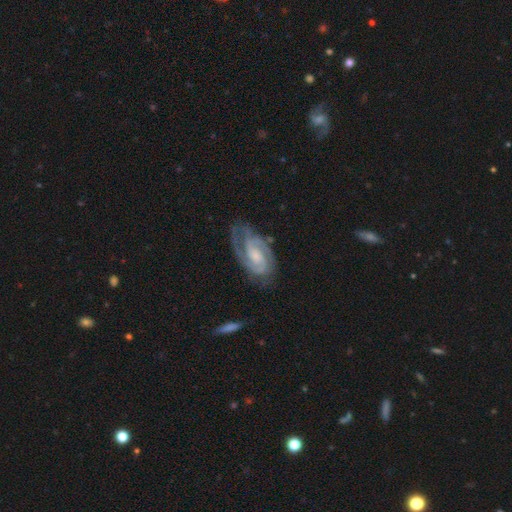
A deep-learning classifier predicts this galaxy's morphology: A featured or disk galaxy (88%) with no bar (50%), 2 (72%) tight (56%) spiral arms (98%) and a moderate central bulge (38%, tied with small).

Vote fractions:
- Smooth or featured? featured or disk: 88% / smooth: 7% / star or artifact: 5%
- Edge-on disk? no: 97% / yes: 3%
- Bar? no: 50% / weak: 40% / strong: 10%
- Spiral arms? yes: 98% / no: 2%
- Spiral winding? tight: 56% / medium: 38% / loose: 6%
- Spiral arm count? 2: 72% / 3: 12% / can't tell: 9% / 1: 3% / 4: 2% / more than 4: 2%
- Bulge size? moderate: 38% (tied) / small: 38% (tied) / none: 16% / large: 6% / dominant: 1%
- Merging? none: 70% / minor disturbance: 20% / major disturbance: 9% / merger: 2%